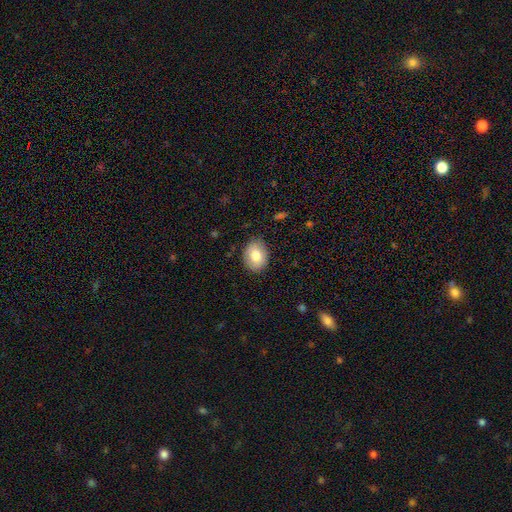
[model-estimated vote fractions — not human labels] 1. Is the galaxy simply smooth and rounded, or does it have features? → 77% smooth, 15% featured or disk, 7% star or artifact.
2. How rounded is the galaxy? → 64% in between, 35% round, 1% cigar-shaped.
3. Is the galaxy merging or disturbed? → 84% none, 13% minor disturbance, 3% major disturbance, 1% merger.